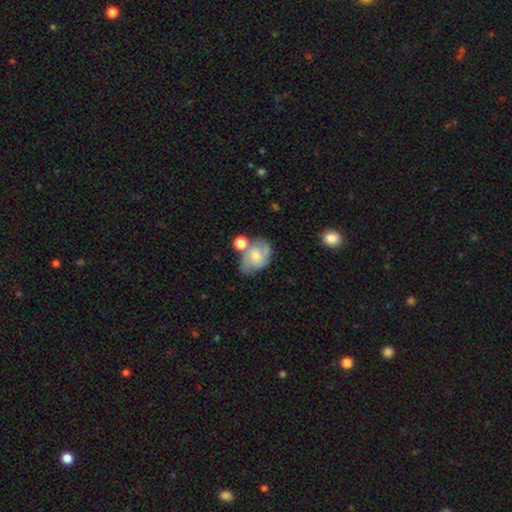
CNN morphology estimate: A featured or disk galaxy (54%) with no bar (64%), spiral arms (82%) and a small central bulge (48%).

Vote fractions:
- Smooth or featured? featured or disk: 54% / smooth: 38% / star or artifact: 8%
- Edge-on disk? no: 97% / yes: 3%
- Bar? no: 64% / weak: 30% / strong: 5%
- Spiral arms? yes: 82% / no: 18%
- Bulge size? small: 48% / moderate: 36% / none: 8% / large: 6% / dominant: 2%
- Merging? none: 48% / merger: 21% / minor disturbance: 21% / major disturbance: 9%